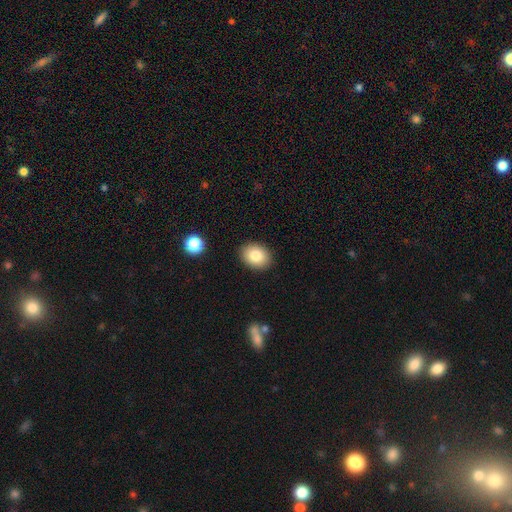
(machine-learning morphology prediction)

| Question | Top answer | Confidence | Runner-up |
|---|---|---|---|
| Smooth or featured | smooth | 83% | star or artifact (9%) |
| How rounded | in between | 63% | round (36%) |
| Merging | none | 89% | minor disturbance (8%) |